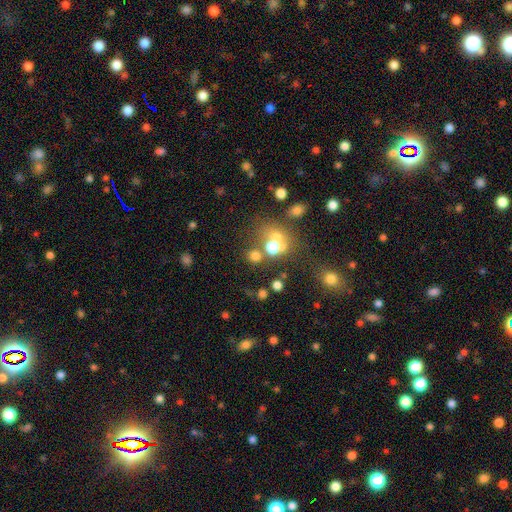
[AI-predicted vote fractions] Smooth or featured? smooth (65%)
How rounded? round (80%)
Merging? none (54%)